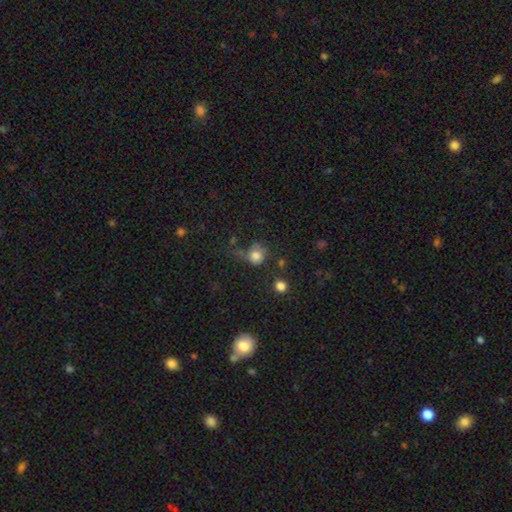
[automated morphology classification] A smooth galaxy with no disk features (79%) that is round (83%). Merging: none (53%).